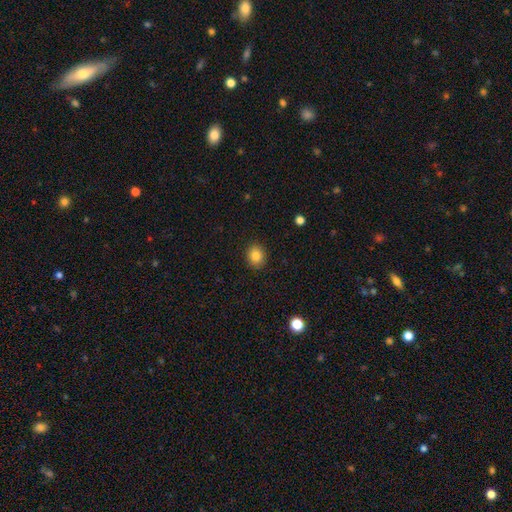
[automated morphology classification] The model was most divided on "how rounded": round: 67%, in between: 32%, cigar-shaped: 1%. More confident: merging — none (90%); smooth or featured — smooth (84%).